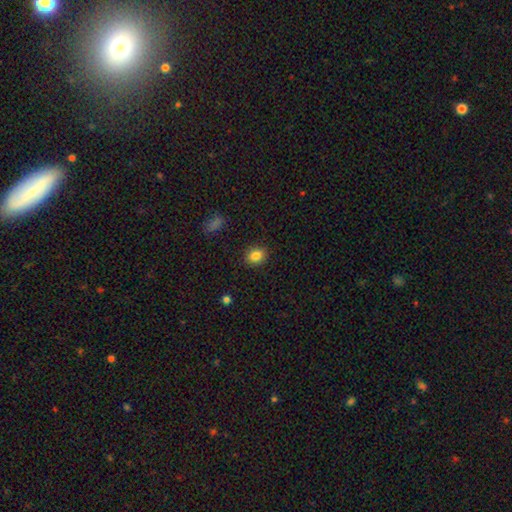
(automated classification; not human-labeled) smooth_or_featured: smooth (p=0.85) [alt: star or artifact p=0.10]
how_rounded: round (p=0.52) [alt: in between p=0.47]
merging: none (p=0.89) [alt: minor disturbance p=0.08]